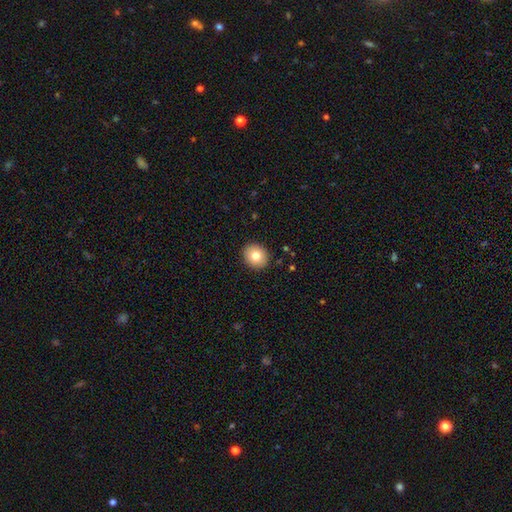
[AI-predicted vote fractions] This appears to be a smooth galaxy with no disk features (79%) that is round (77%). Merging: none (91%).